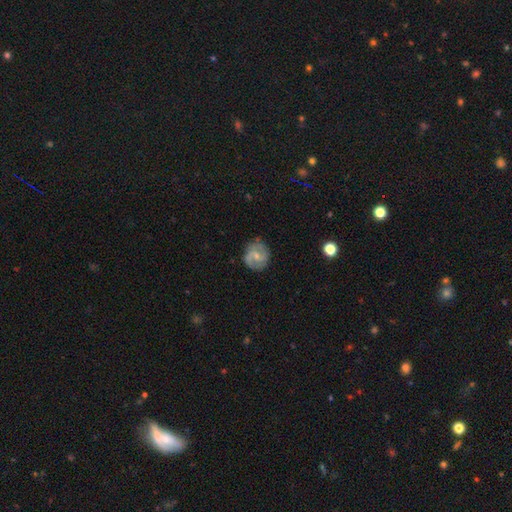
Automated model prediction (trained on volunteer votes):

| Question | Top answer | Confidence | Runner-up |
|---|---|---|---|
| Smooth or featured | featured or disk | 77% | smooth (18%) |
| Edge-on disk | no | 98% | yes (2%) |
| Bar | weak | 50% | no (38%) |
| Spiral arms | yes | 94% | no (6%) |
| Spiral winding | medium | 49% | tight (35%) |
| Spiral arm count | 2 | 81% | can't tell (8%) |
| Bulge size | small | 60% | moderate (34%) |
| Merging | none | 80% | minor disturbance (15%) |